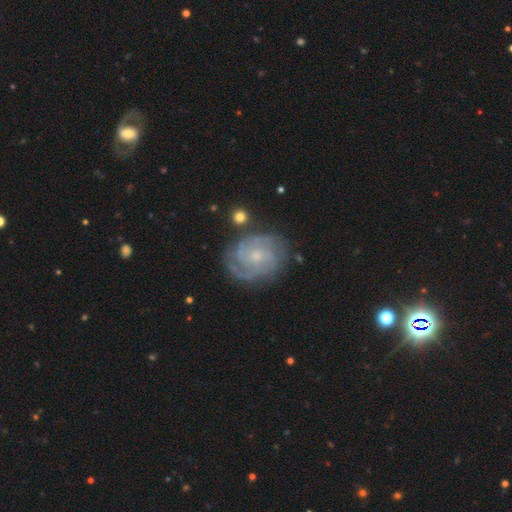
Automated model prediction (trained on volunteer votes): The model was most divided on "spiral arm count": 2: 29%, 3: 27%, can't tell: 25%, 4: 10%, 1: 5%, more than 4: 5%. More confident: edge-on disk — no (98%); spiral arms — yes (96%); smooth or featured — featured or disk (85%); merging — none (75%); bulge size — small (66%); spiral winding — tight (65%); bar — no (65%).